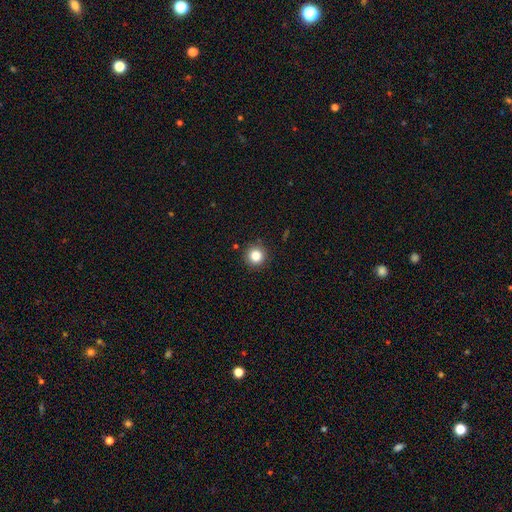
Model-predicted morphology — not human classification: A smooth galaxy with no disk features (84%) that is round (95%). Merging: none (89%).